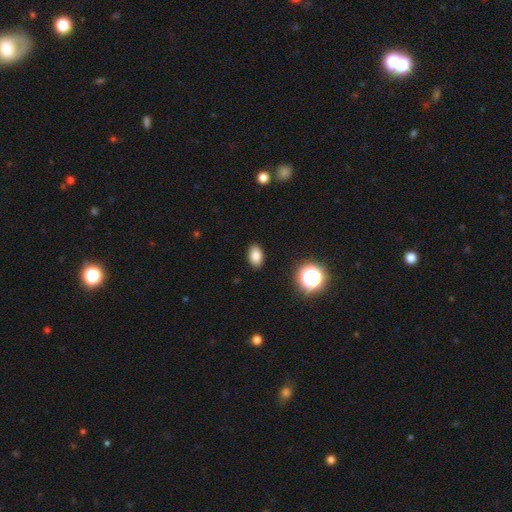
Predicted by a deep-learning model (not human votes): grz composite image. It shows a smooth galaxy with no disk features (82%) that is in between round and cigar-shaped (87%). Merging: none (89%).